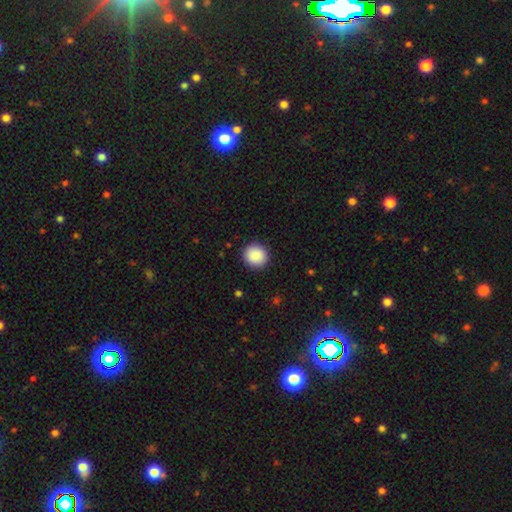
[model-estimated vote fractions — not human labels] Q: Smooth or featured?
A: smooth (89%); runner-up: star or artifact (7%)
Q: How rounded?
A: round (91%); runner-up: in between (8%)
Q: Merging?
A: none (91%); runner-up: minor disturbance (6%)